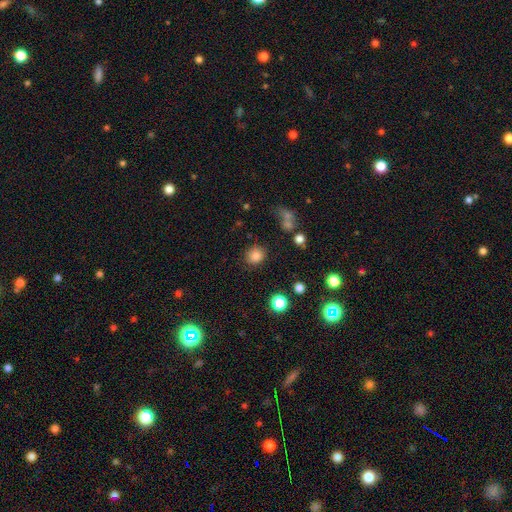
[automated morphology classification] The model was most divided on "how rounded": round: 72%, in between: 28%, cigar-shaped: 1%. More confident: merging — none (83%); smooth or featured — smooth (82%).